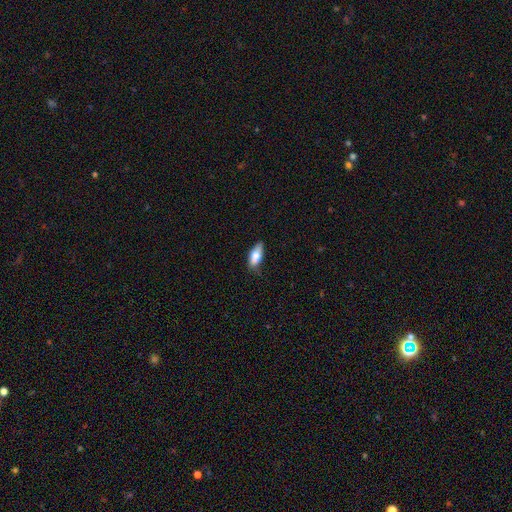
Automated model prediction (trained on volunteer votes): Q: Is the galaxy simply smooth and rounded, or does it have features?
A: smooth — 73%.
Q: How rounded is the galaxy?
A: in between — 79%.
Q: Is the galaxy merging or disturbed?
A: none — 73%.